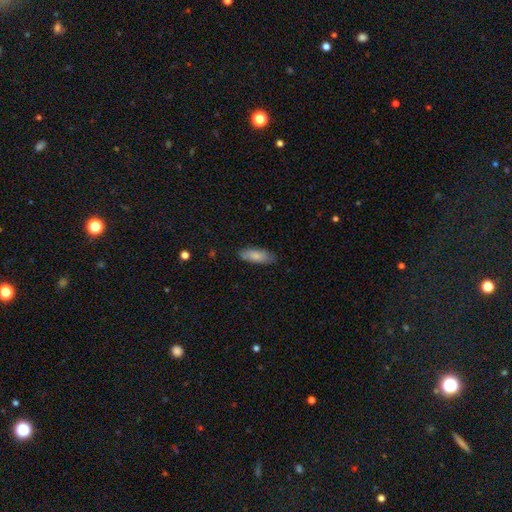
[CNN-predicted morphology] smooth_or_featured: smooth (p=0.80) [alt: featured or disk p=0.14]
how_rounded: in between (p=0.70) [alt: cigar-shaped p=0.28]
merging: none (p=0.82) [alt: minor disturbance p=0.14]